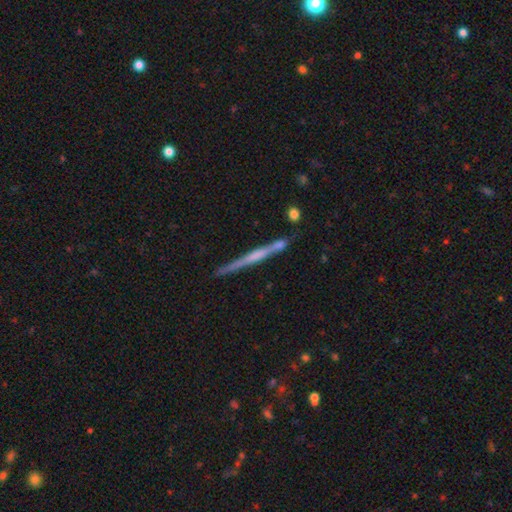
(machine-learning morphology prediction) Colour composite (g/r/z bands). It shows a featured or disk galaxy (62%) viewed edge-on (97%) with no central bulge (52%). Merging: none (78%).